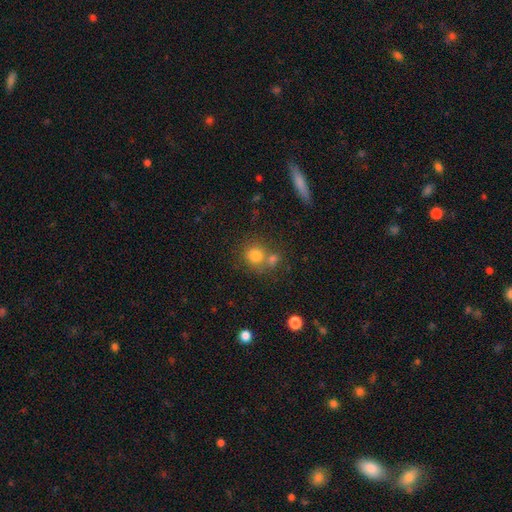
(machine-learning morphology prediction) Smooth or featured? smooth (78%)
How rounded? round (86%)
Merging? none (55%)